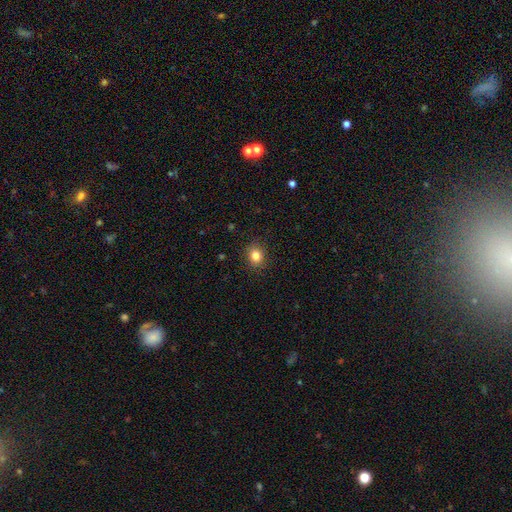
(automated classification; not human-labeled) Smooth or featured: smooth — 83% (star or artifact — 11%)
How rounded: round — 69% (in between — 30%)
Merging: none — 89% (minor disturbance — 8%)